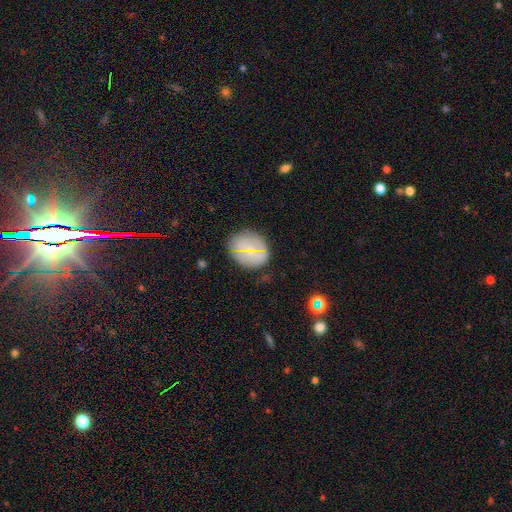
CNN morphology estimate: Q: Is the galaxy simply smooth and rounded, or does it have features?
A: smooth — 69%.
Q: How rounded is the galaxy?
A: round — 75%.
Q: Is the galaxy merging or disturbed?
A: none — 84%.